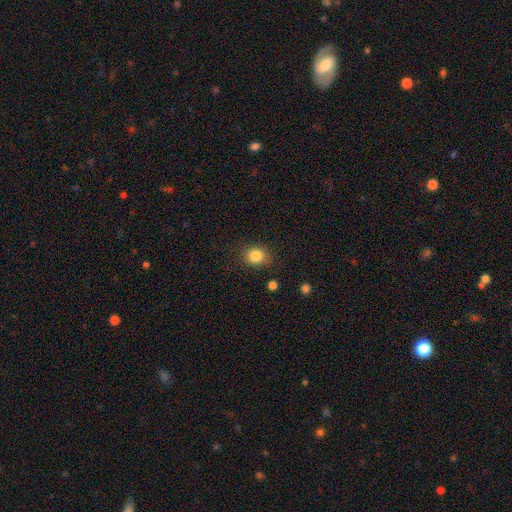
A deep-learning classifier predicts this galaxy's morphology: Overall: smooth (84%). How rounded: round (71%). Merging: none (83%).